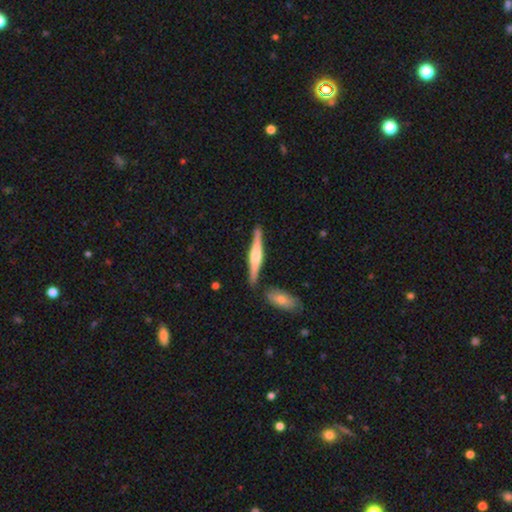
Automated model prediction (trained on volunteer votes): Q: Smooth or featured?
A: featured or disk (66%); runner-up: smooth (30%)
Q: Edge-on disk?
A: yes (97%); runner-up: no (3%)
Q: Edge-on bulge?
A: rounded (79%); runner-up: boxy (15%)
Q: Merging?
A: none (84%); runner-up: minor disturbance (9%)